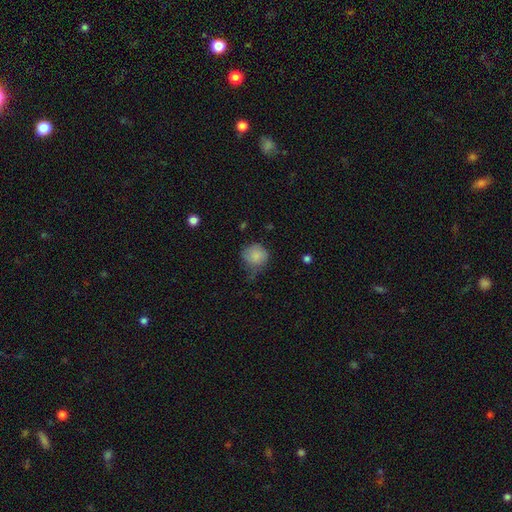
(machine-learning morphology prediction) A smooth galaxy with no disk features (83%) that is round (82%).

Vote fractions:
- Smooth or featured? smooth: 83% / featured or disk: 9% / star or artifact: 8%
- How rounded? round: 82% / in between: 17% / cigar-shaped: 1%
- Merging? none: 47% / minor disturbance: 39% / major disturbance: 12% / merger: 2%